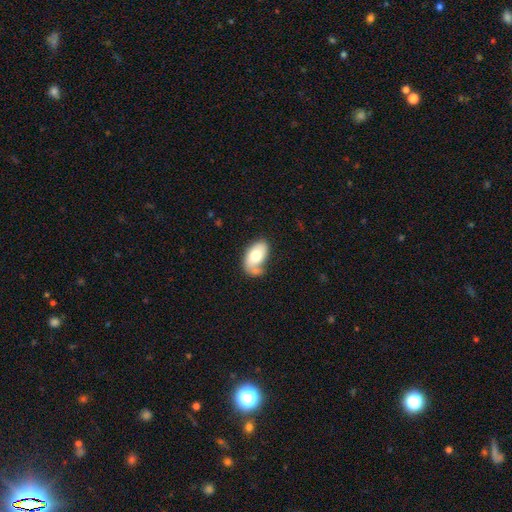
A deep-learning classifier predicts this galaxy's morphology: smooth_or_featured: smooth (p=0.64) [alt: featured or disk p=0.30]
how_rounded: in between (p=0.92) [alt: round p=0.07]
merging: none (p=0.42) [alt: minor disturbance p=0.28]